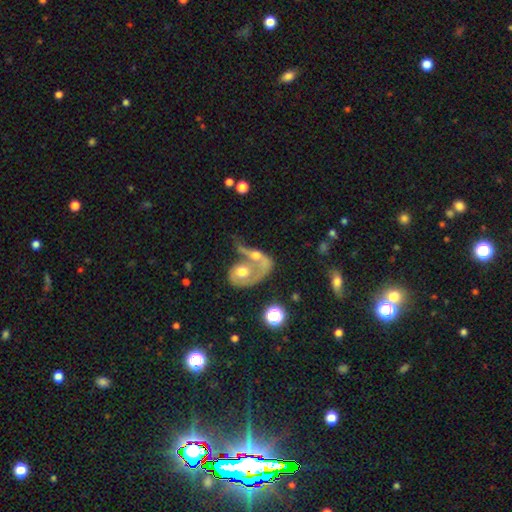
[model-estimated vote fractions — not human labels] Smooth or featured: featured or disk — 59% (smooth — 32%)
Edge-on disk: no — 94% (yes — 6%)
Bar: no — 80% (weak — 16%)
Spiral arms: yes — 53% (no — 47%)
Bulge size: moderate — 61% (large — 18%)
Merging: merger — 66% (major disturbance — 16%)